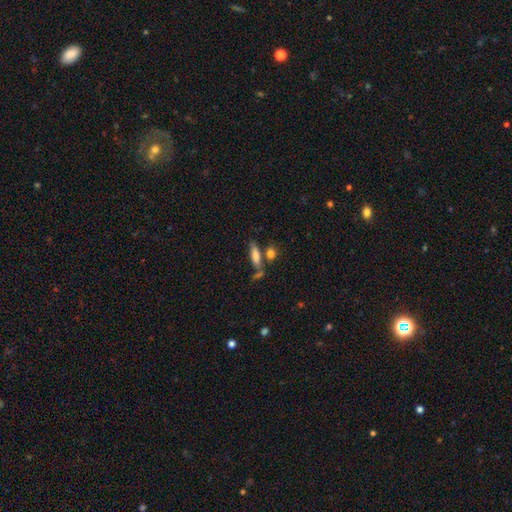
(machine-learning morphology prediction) The model was most divided on "how rounded": in between: 51%, cigar-shaped: 46%, round: 3%. More confident: smooth or featured — smooth (75%); merging — none (58%).